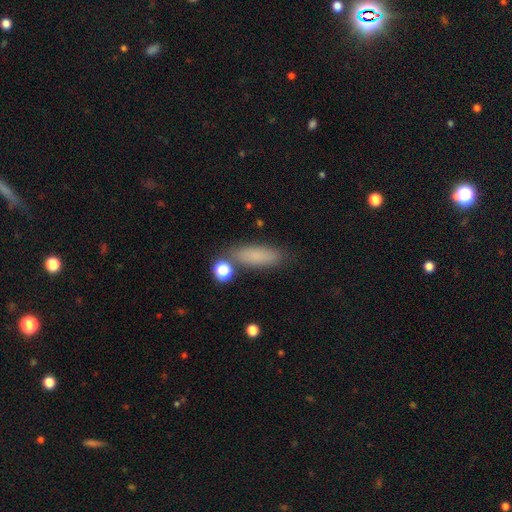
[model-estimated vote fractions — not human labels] This appears to be a smooth galaxy with no disk features (80%) that is in between round and cigar-shaped (54%). Merging: none (76%).